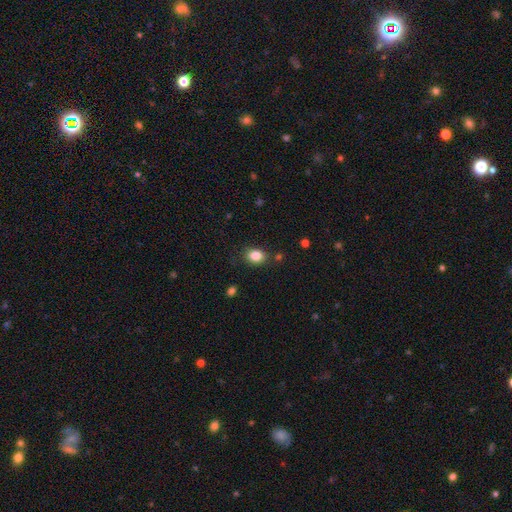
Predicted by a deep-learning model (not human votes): Morphology: type=smooth (85%); roundness=in between (64%); merging=none (81%).